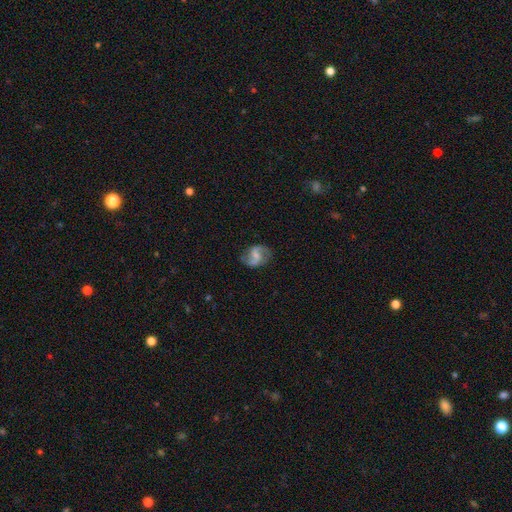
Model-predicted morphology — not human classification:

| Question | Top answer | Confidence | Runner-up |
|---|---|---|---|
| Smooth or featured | featured or disk | 81% | smooth (13%) |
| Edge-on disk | no | 98% | yes (2%) |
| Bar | weak | 51% | no (28%) |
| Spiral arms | yes | 95% | no (5%) |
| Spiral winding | loose | 48% | medium (42%) |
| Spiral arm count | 2 | 92% | can't tell (3%) |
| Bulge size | small | 41% | moderate (31%) |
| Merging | none | 80% | minor disturbance (14%) |